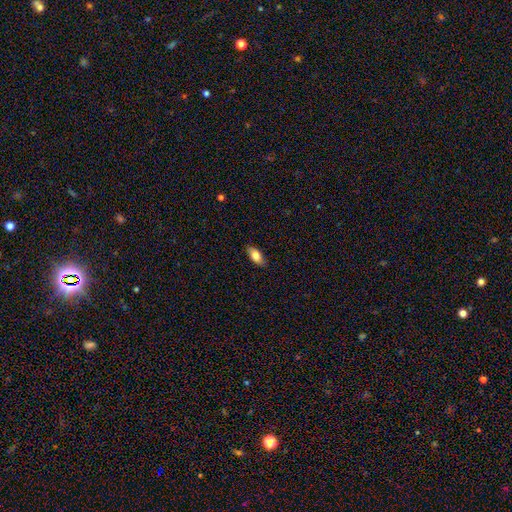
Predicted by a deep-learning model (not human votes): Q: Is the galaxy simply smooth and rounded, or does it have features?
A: smooth — 79%.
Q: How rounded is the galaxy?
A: in between — 87%.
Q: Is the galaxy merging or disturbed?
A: none — 85%.